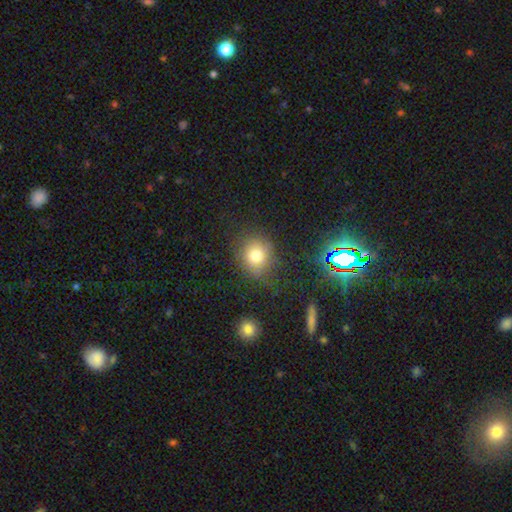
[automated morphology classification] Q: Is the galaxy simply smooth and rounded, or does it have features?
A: smooth — 76%.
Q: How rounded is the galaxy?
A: round — 77%.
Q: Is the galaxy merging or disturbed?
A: none — 77%.